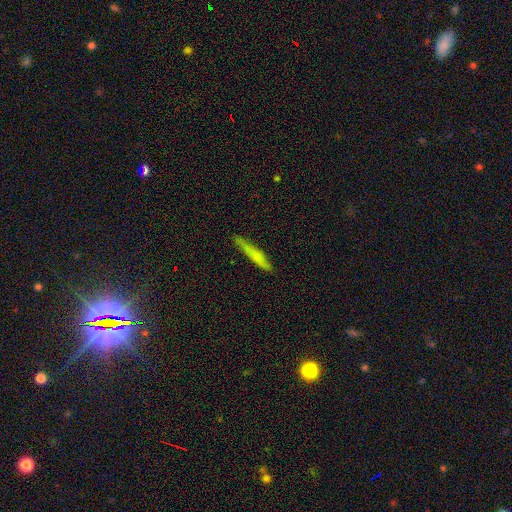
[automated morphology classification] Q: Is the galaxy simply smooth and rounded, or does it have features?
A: smooth — 61%.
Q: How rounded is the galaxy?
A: cigar-shaped — 93%.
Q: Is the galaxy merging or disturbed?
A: none — 81%.